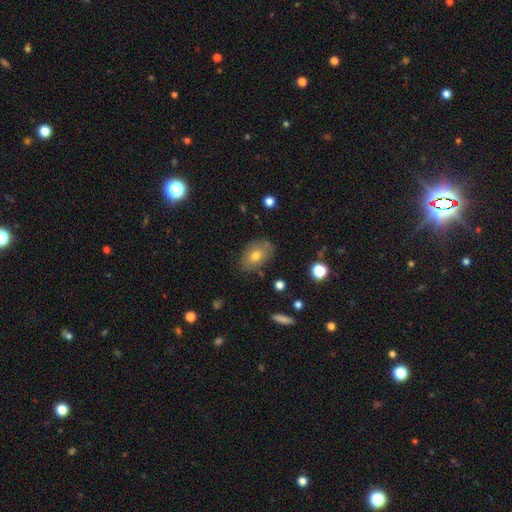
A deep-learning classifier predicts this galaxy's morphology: This appears to be a smooth galaxy with no disk features (70%) that is in between round and cigar-shaped (81%). Merging: none (76%).